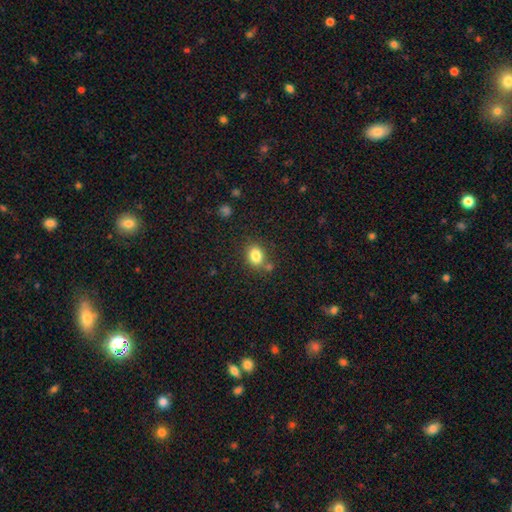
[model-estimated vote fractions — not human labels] smooth 83%, star or artifact 10%, featured or disk 6%. Down the decision tree: how rounded — in between (54%); merging — none (74%).